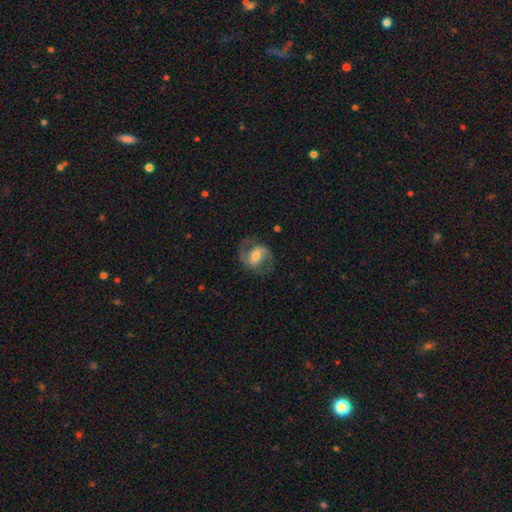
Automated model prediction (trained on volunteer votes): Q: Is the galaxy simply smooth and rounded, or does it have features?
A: featured or disk — 84%.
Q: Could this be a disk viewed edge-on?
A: no — 98%.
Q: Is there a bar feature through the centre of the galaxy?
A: weak — 45%.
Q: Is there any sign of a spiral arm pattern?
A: yes — 95%.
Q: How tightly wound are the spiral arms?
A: medium — 56%.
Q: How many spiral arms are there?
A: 2 — 92%.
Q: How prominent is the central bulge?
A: moderate — 61%.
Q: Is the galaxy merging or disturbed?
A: none — 78%.